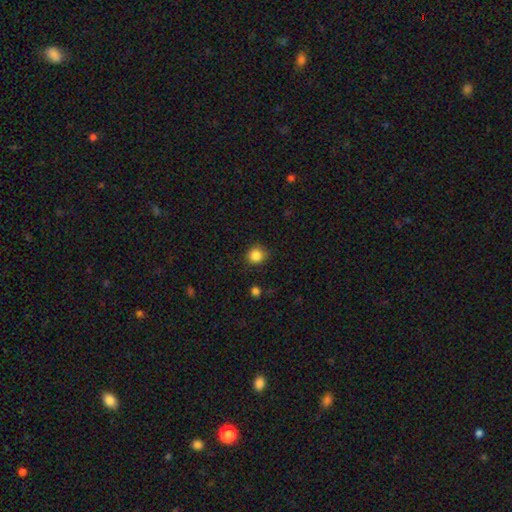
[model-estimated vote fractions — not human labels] Morphology: type=smooth (85%); roundness=round (91%); merging=none (85%).